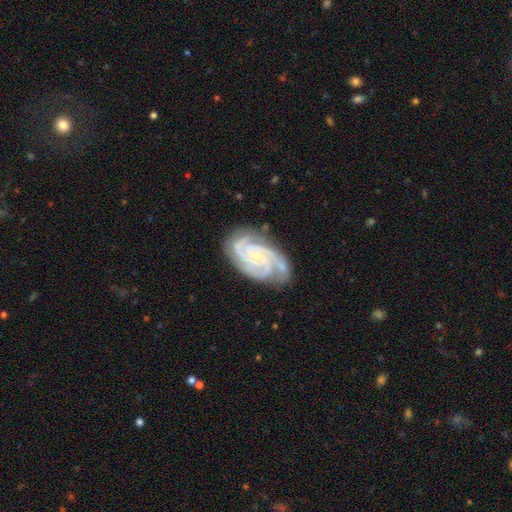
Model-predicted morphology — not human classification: featured or disk 90%, star or artifact 5%, smooth 4%. Down the decision tree: edge-on disk — no (97%); bar — no (71%); spiral arms — yes (99%); spiral arm count — 3 (43%); spiral winding — tight (73%); bulge size — small (79%); merging — none (75%).